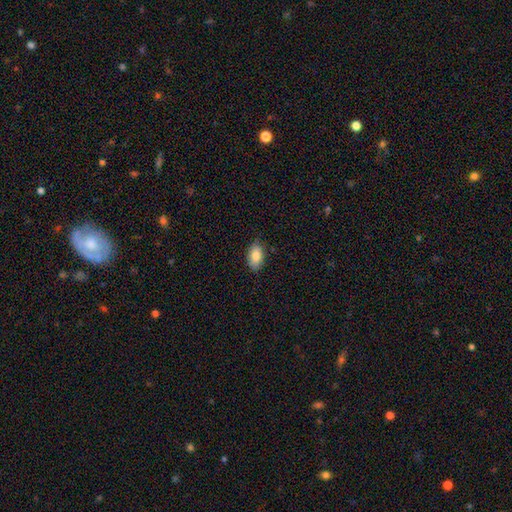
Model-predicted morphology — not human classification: The model was most divided on "merging": none: 83%, minor disturbance: 14%, major disturbance: 2%, merger: 1%. More confident: how rounded — in between (92%); smooth or featured — smooth (84%).